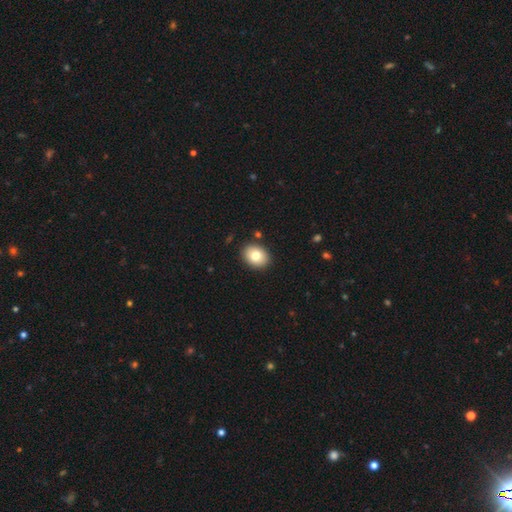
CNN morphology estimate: smooth-or-featured: smooth: 80% | featured or disk: 12% | star or artifact: 8%
  how-rounded: in between: 59% | round: 40% | cigar-shaped: 1%
  merging: none: 89% | minor disturbance: 7% | major disturbance: 2% | merger: 2%